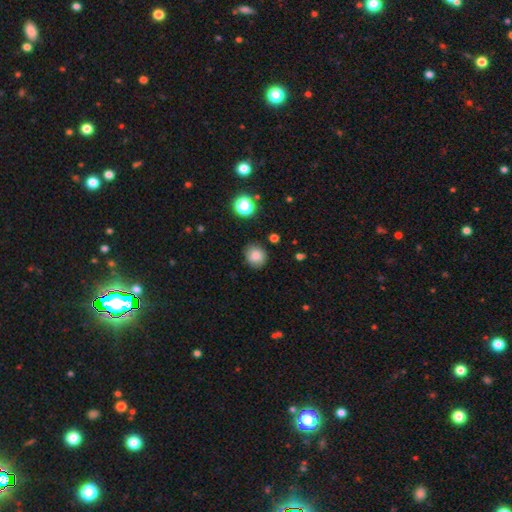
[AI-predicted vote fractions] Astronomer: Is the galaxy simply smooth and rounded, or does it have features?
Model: smooth — 82%.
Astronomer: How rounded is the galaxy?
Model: round — 77%.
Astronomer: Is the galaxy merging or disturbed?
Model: none — 82%.